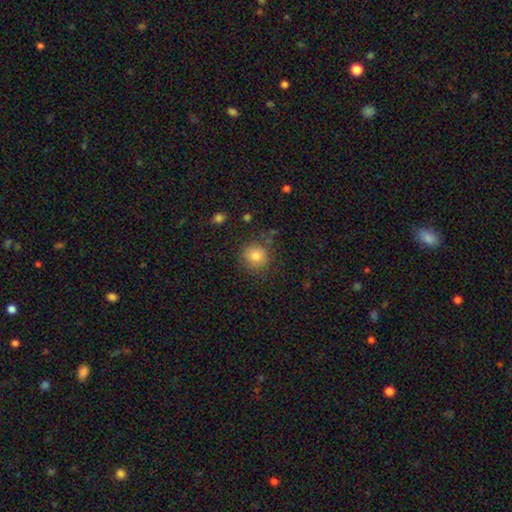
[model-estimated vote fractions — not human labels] Smooth or featured? Predicted: smooth (p=0.81). How rounded? Predicted: round (p=0.91). Merging? Predicted: none (p=0.80).